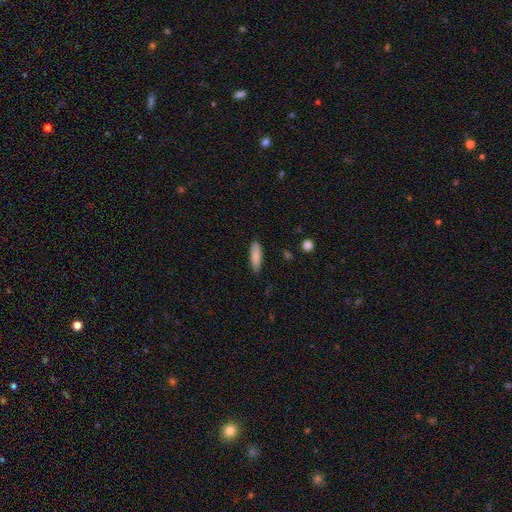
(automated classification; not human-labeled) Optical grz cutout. It shows a smooth galaxy with no disk features (85%) that is cigar-shaped (52%). Merging: none (82%).